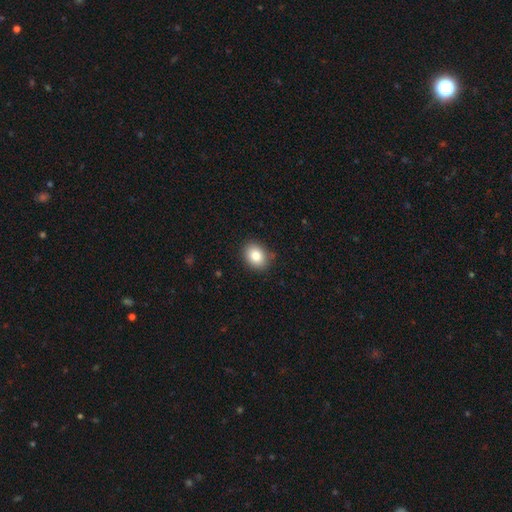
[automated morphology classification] smooth 84%, star or artifact 9%, featured or disk 7%. Down the decision tree: how rounded — in between (55%); merging — none (85%).